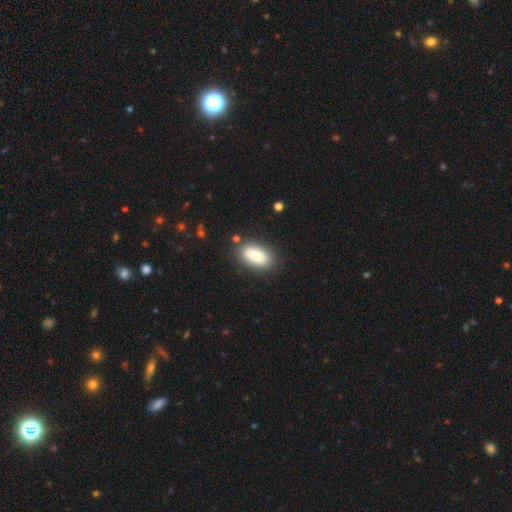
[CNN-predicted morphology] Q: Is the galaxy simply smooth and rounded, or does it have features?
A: smooth — 83%.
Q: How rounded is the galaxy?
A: in between — 93%.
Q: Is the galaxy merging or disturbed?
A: none — 82%.